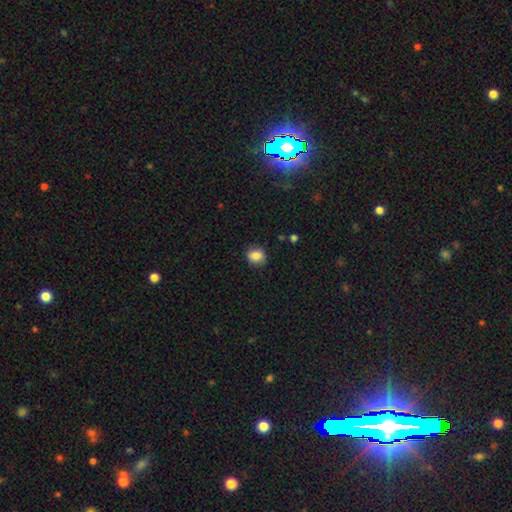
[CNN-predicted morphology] A smooth galaxy with no disk features (83%) that is round (64%).

Vote fractions:
- Smooth or featured? smooth: 83% / star or artifact: 9% / featured or disk: 7%
- How rounded? round: 64% / in between: 35% / cigar-shaped: 1%
- Merging? none: 84% / minor disturbance: 12% / major disturbance: 3% / merger: 1%